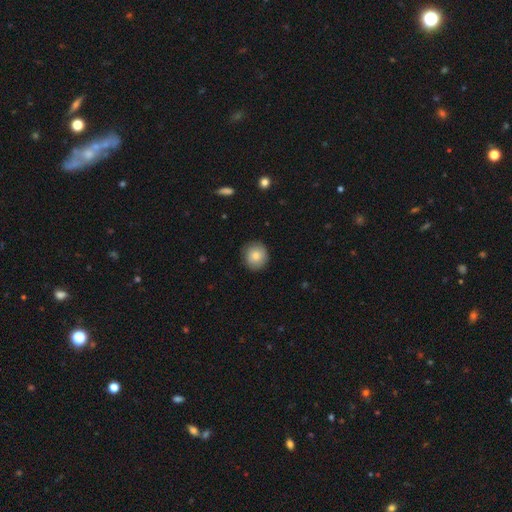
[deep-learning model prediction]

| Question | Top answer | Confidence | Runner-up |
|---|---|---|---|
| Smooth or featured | smooth | 81% | featured or disk (11%) |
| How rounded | round | 87% | in between (12%) |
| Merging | none | 85% | minor disturbance (12%) |